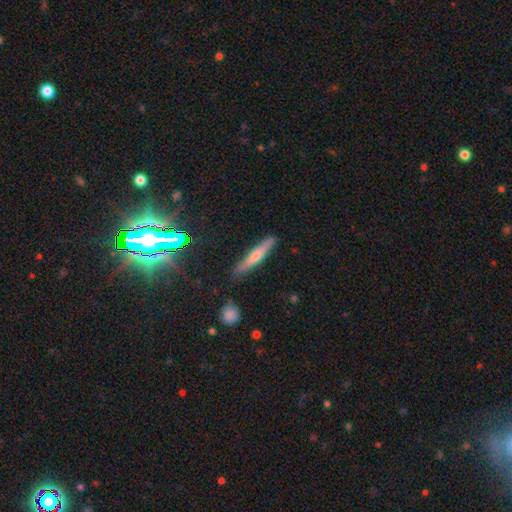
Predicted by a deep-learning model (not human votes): A smooth galaxy with no disk features (49%).

Vote fractions:
- Smooth or featured? smooth: 49% / featured or disk: 41% / star or artifact: 11%
- Merging? none: 85% / minor disturbance: 11% / major disturbance: 2% / merger: 2%